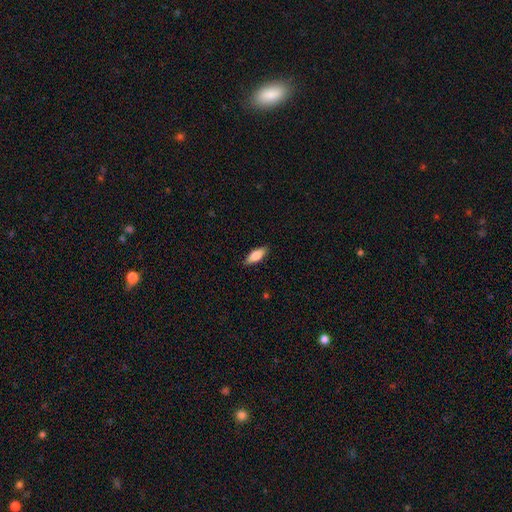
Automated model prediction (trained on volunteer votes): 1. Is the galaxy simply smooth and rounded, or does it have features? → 78% smooth, 16% featured or disk, 6% star or artifact.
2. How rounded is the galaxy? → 74% in between, 24% cigar-shaped, 2% round.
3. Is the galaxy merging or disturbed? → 87% none, 10% minor disturbance, 2% major disturbance, 1% merger.